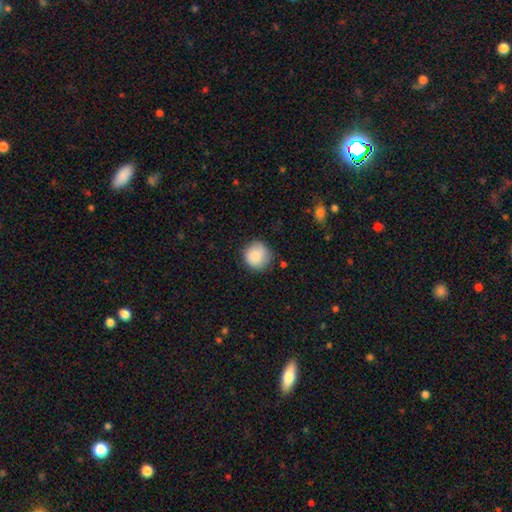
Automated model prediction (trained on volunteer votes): A smooth galaxy with no disk features (85%) that is round (93%). Merging: none (78%).